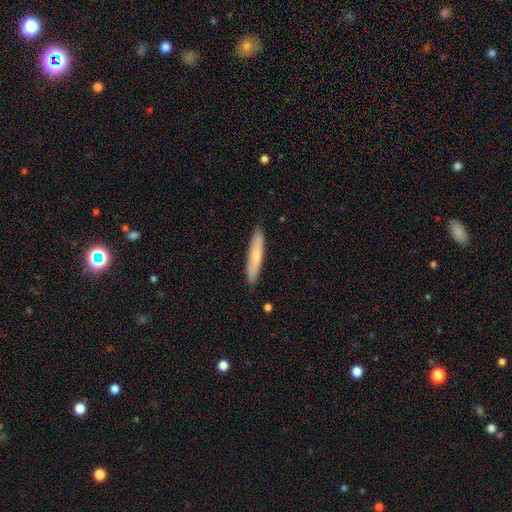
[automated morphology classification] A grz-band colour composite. It shows a smooth galaxy with no disk features (62%) that is cigar-shaped (90%). Merging: none (89%).